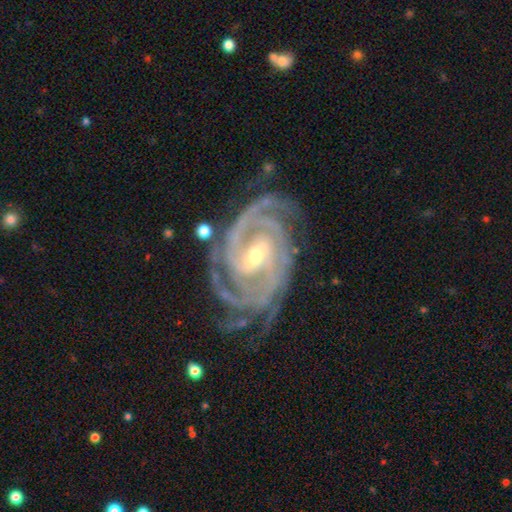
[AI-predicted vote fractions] This is clearly a featured or disk galaxy (94%). It is clearly not viewed edge-on (97%). Bar: marginally weak (43%). Spiral arm pattern: clearly yes (99%). Spiral arm count: marginally 3 (31%). Spiral winding: likely tight (74%). Central bulge: possibly small (57%). Merging: likely none (72%).